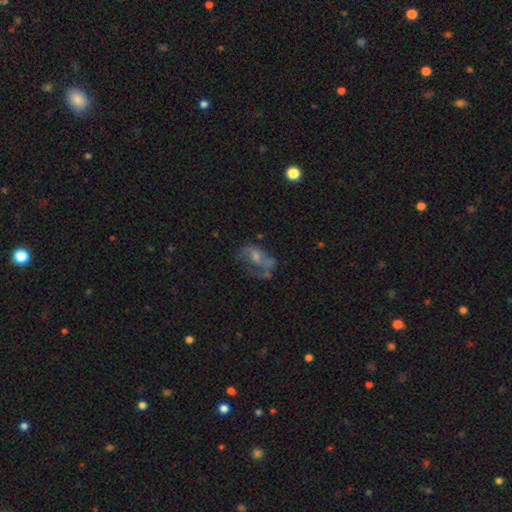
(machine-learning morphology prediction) featured or disk 60%, smooth 25%, star or artifact 15%. Down the decision tree: edge-on disk — no (96%); bar — no (62%); spiral arms — yes (55%); bulge size — small (43%); merging — none (36%).